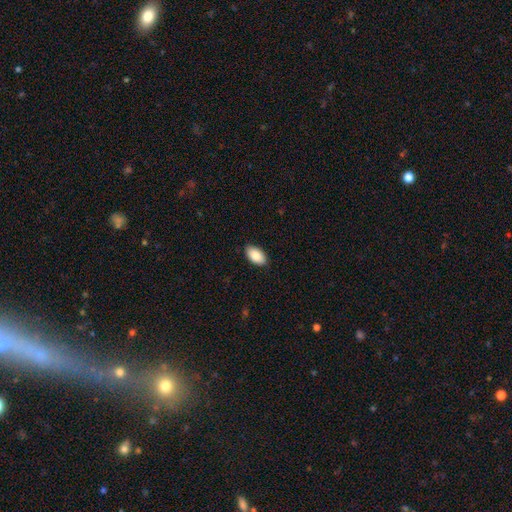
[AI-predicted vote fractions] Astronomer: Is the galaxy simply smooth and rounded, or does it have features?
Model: smooth — 87%.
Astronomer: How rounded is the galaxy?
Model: in between — 95%.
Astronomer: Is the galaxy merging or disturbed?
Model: none — 89%.